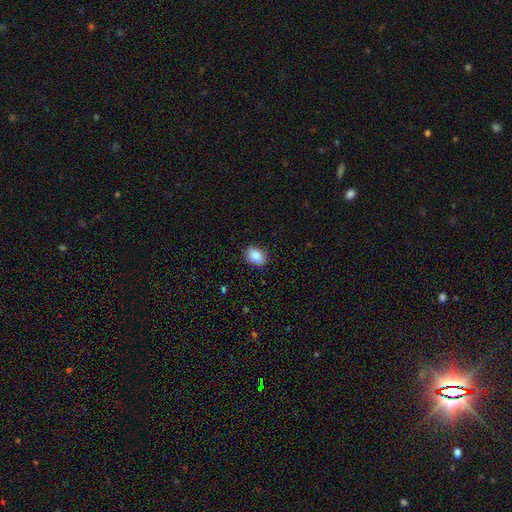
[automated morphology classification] This is clearly a smooth galaxy (88%). How rounded: likely in between (73%). Merging: clearly none (86%).